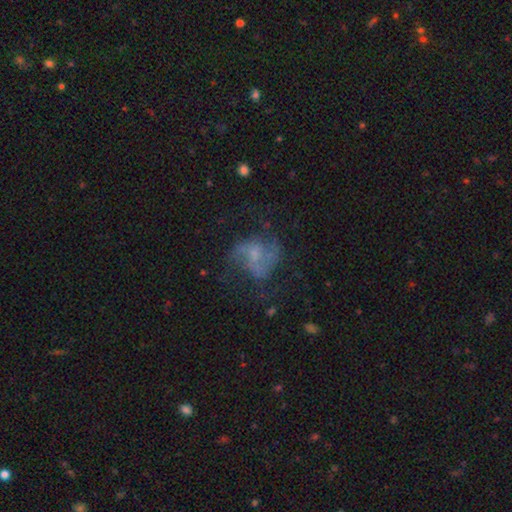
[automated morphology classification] featured or disk 66%, smooth 23%, star or artifact 12%. Down the decision tree: edge-on disk — no (98%); bar — no (61%); spiral arms — yes (76%); bulge size — small (46%); merging — none (48%).